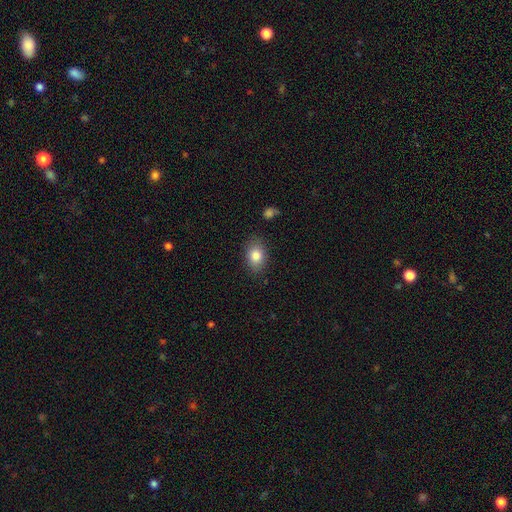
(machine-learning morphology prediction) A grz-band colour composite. It shows a smooth galaxy with no disk features (83%) that is in between round and cigar-shaped (75%). Merging: none (82%).